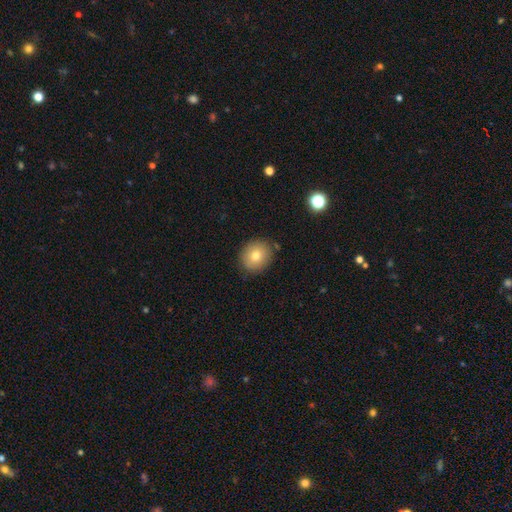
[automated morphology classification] This appears to be a smooth galaxy with no disk features (77%) that is round (76%). Merging: none (85%).